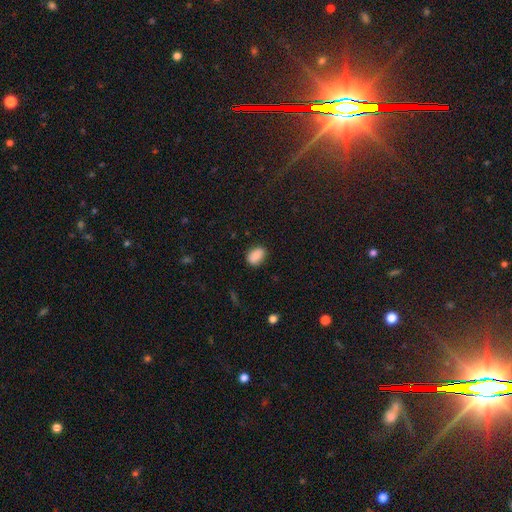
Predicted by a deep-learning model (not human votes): The model was most divided on "how rounded": in between: 83%, round: 16%, cigar-shaped: 1%. More confident: smooth or featured — smooth (88%); merging — none (83%).